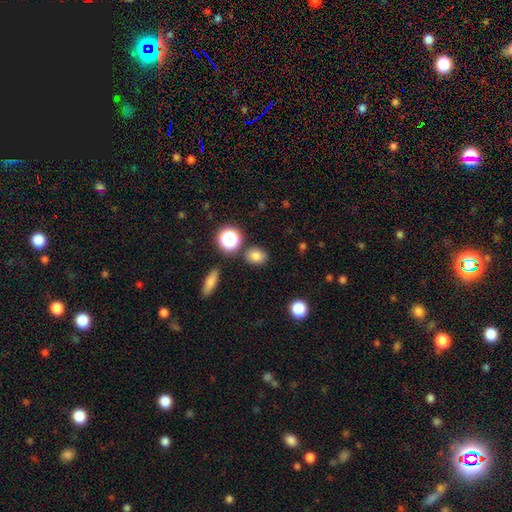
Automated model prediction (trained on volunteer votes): Smooth or featured?
  - smooth: 79% *
  - star or artifact: 15%
  - featured or disk: 7%
How rounded?
  - round: 50% *
  - in between: 48%
  - cigar-shaped: 2%
Merging?
  - none: 81% *
  - minor disturbance: 10%
  - merger: 6%
  - major disturbance: 3%